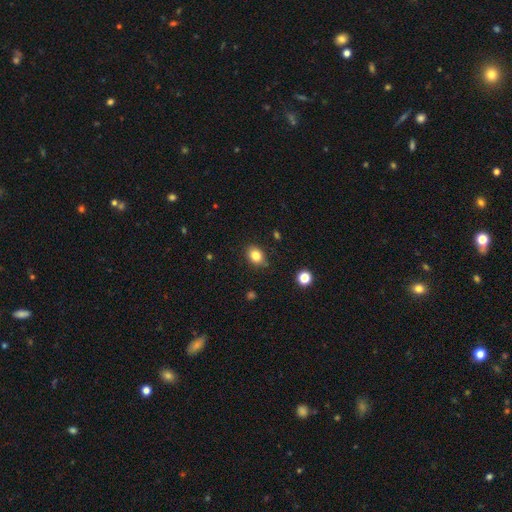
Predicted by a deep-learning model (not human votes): Smooth or featured: smooth — 83% (star or artifact — 10%)
How rounded: in between — 63% (round — 36%)
Merging: none — 82% (minor disturbance — 14%)